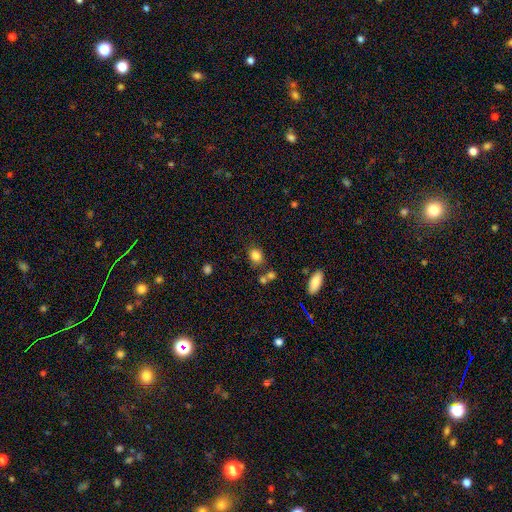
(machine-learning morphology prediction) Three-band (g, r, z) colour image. It shows a smooth galaxy with no disk features (83%) that is round (55%). Merging: none (71%).